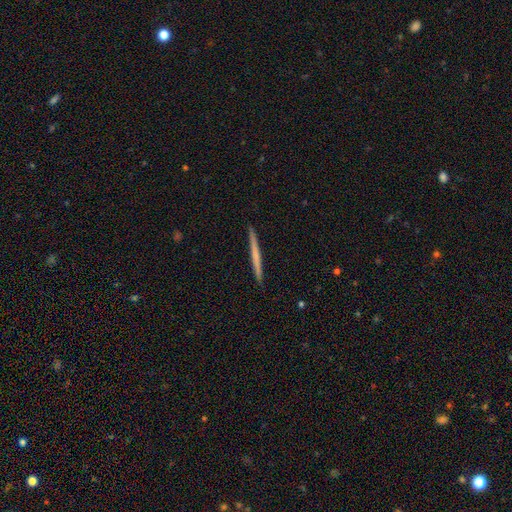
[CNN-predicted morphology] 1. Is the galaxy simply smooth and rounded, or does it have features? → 49% smooth, 46% featured or disk, 5% star or artifact.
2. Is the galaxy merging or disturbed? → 93% none, 5% minor disturbance, 1% major disturbance, 1% merger.